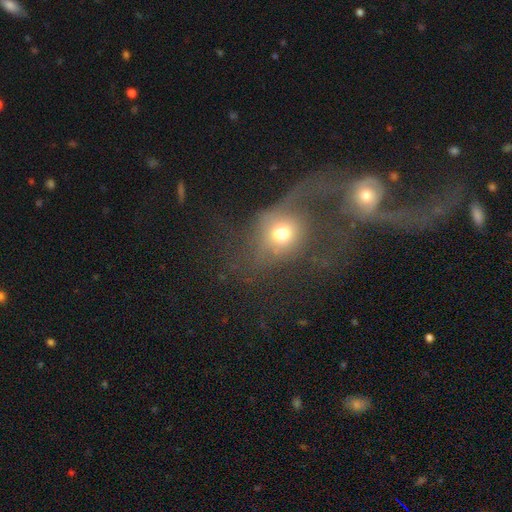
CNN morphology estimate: Smooth or featured? Predicted: featured or disk (p=0.54). Edge-on disk? Predicted: no (p=0.96). Bar? Predicted: no (p=0.71). Spiral arms? Predicted: yes (p=0.65). Bulge size? Predicted: moderate (p=0.55). Merging? Predicted: merger (p=0.81).